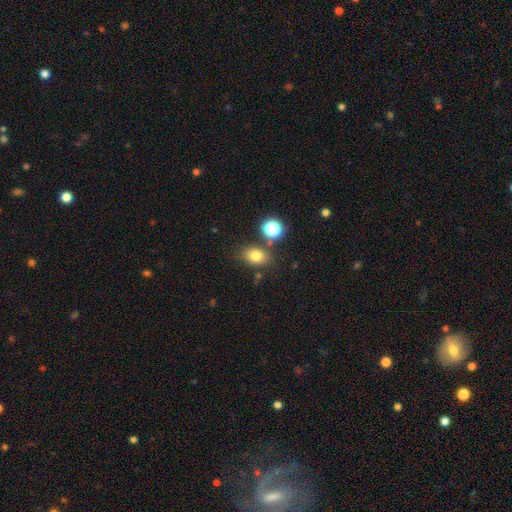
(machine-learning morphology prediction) Smooth or featured?
  - smooth: 76% *
  - star or artifact: 14%
  - featured or disk: 10%
How rounded?
  - in between: 69% *
  - round: 30%
  - cigar-shaped: 1%
Merging?
  - none: 74% *
  - minor disturbance: 13%
  - merger: 8%
  - major disturbance: 4%